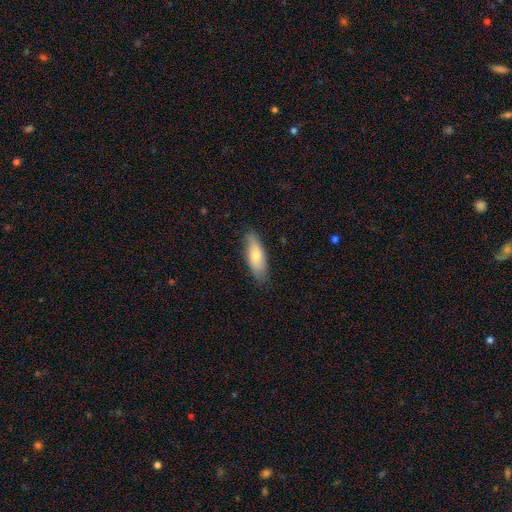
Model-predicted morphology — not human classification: Smooth or featured?
  - smooth: 69% *
  - featured or disk: 25%
  - star or artifact: 6%
How rounded?
  - in between: 69% *
  - cigar-shaped: 29%
  - round: 2%
Merging?
  - none: 81% *
  - minor disturbance: 15%
  - major disturbance: 3%
  - merger: 1%